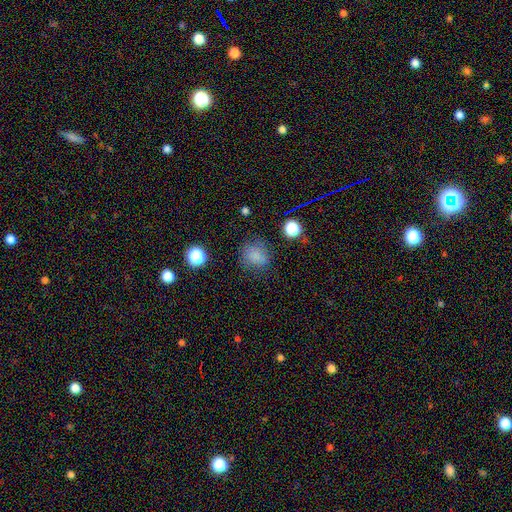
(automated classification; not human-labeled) Smooth or featured?
  - smooth: 78% *
  - star or artifact: 16%
  - featured or disk: 6%
How rounded?
  - round: 77% *
  - in between: 22%
  - cigar-shaped: 1%
Merging?
  - none: 75% *
  - minor disturbance: 16%
  - major disturbance: 6%
  - merger: 2%